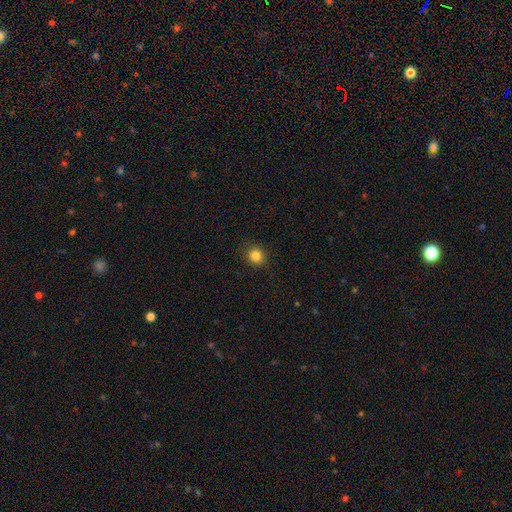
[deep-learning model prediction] A smooth galaxy with no disk features (84%) that is round (87%). Merging: none (90%).